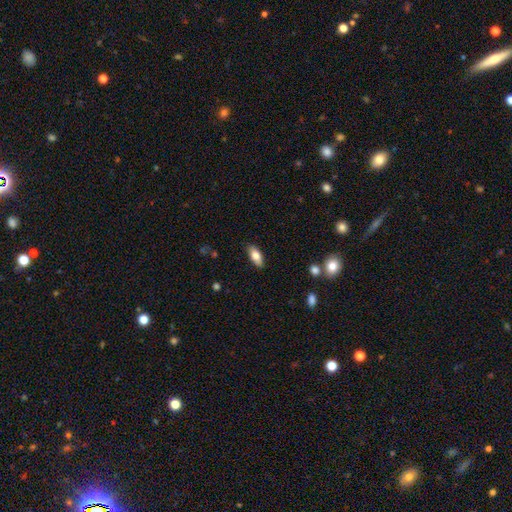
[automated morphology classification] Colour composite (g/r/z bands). It shows a smooth galaxy with no disk features (75%) that is in between round and cigar-shaped (84%). Merging: none (86%).